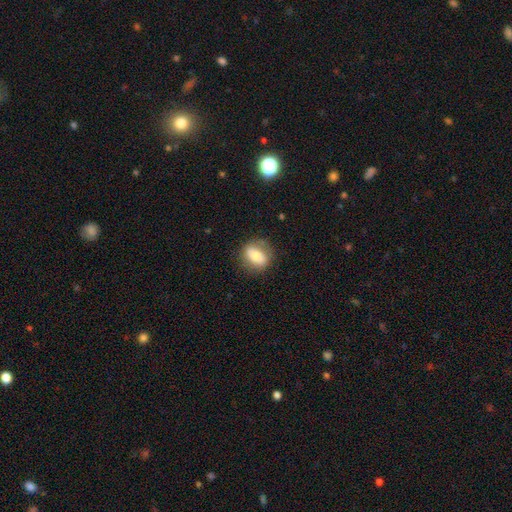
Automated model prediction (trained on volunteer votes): smooth_or_featured: smooth (p=0.66) [alt: featured or disk p=0.27]
how_rounded: in between (p=0.59) [alt: round p=0.37]
merging: none (p=0.75) [alt: minor disturbance p=0.17]